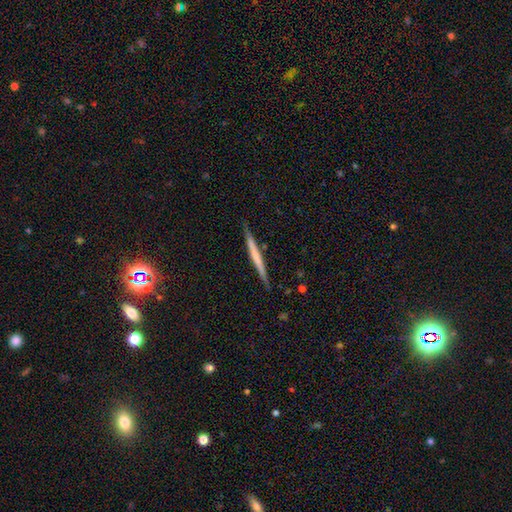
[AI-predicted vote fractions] This appears to be a featured or disk galaxy (49%). Merging: none (88%).